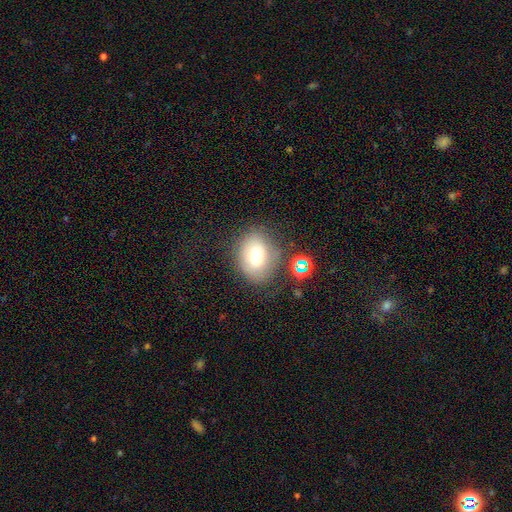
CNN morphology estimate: smooth 67%, featured or disk 20%, star or artifact 12%. Down the decision tree: how rounded — in between (63%); merging — none (68%).